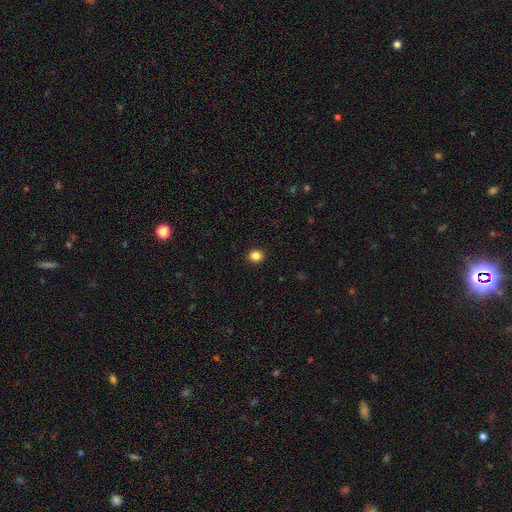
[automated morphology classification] Smooth or featured: smooth — 86% (star or artifact — 11%)
How rounded: round — 79% (in between — 20%)
Merging: none — 92% (minor disturbance — 5%)